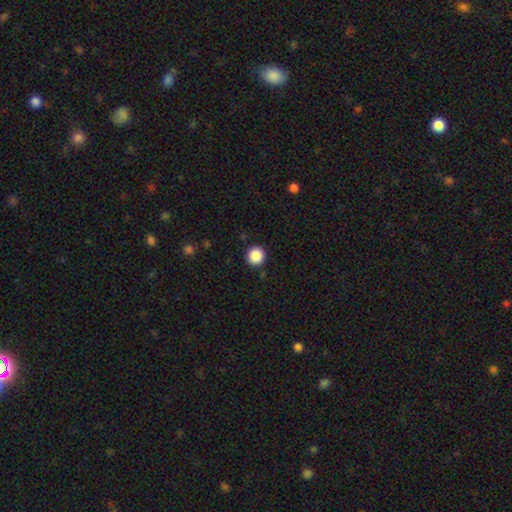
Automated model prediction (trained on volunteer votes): smooth 88%, star or artifact 9%, featured or disk 3%. Down the decision tree: how rounded — round (94%); merging — none (92%).